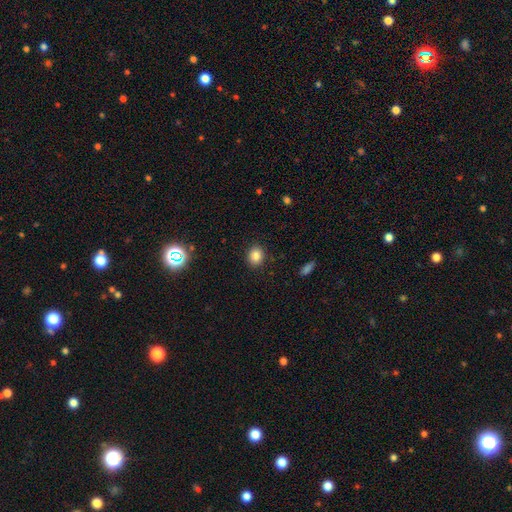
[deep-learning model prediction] Morphology: type=smooth (83%); roundness=round (67%); merging=none (90%).